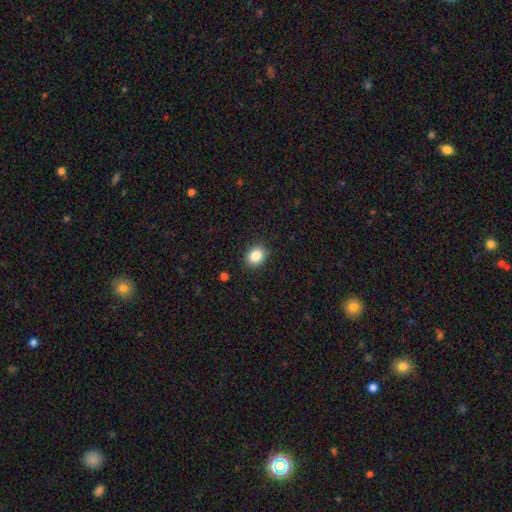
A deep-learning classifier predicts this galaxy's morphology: A smooth galaxy with no disk features (85%) that is round (56%).

Vote fractions:
- Smooth or featured? smooth: 85% / star or artifact: 10% / featured or disk: 5%
- How rounded? round: 56% / in between: 43% / cigar-shaped: 1%
- Merging? none: 89% / minor disturbance: 8% / major disturbance: 2% / merger: 1%